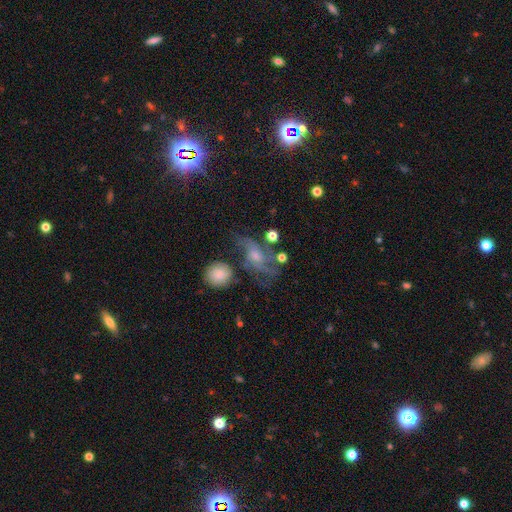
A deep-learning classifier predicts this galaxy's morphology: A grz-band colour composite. It shows a featured or disk galaxy (66%) with no bar (67%), 2 (34%) medium (43%) spiral arms (84%) and a small central bulge (54%). Merging: none (42%).